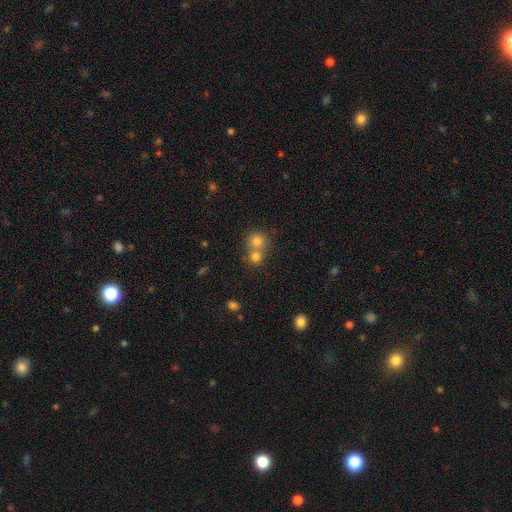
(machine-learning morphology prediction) This appears to be a smooth galaxy with no disk features (74%) that is round (85%). Merging: merger (50%).